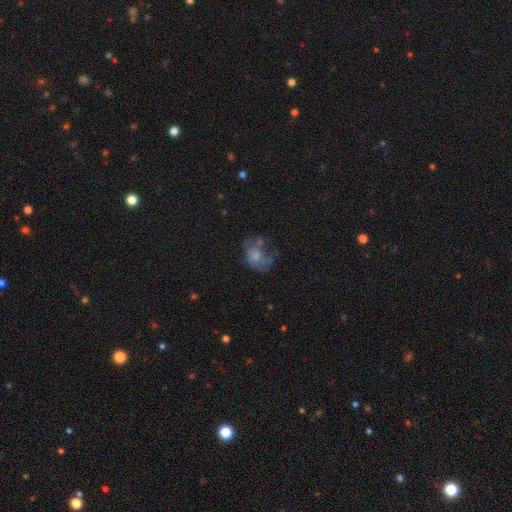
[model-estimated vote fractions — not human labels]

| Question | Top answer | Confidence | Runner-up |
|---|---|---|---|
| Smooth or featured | featured or disk | 45% | smooth (44%) |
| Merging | major disturbance | 38% | none (29%) |